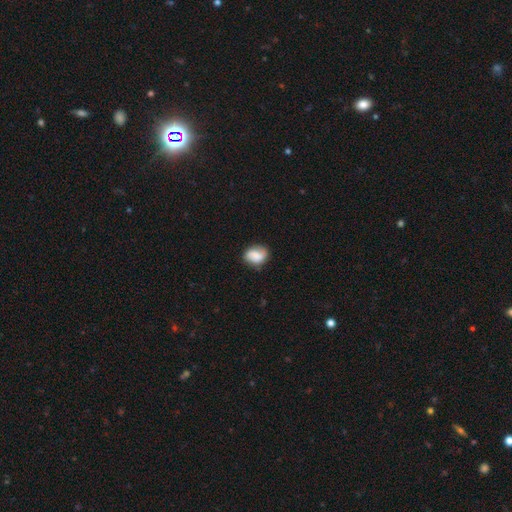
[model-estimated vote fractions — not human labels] Q: Smooth or featured?
A: smooth (64%); runner-up: featured or disk (27%)
Q: How rounded?
A: in between (57%); runner-up: round (41%)
Q: Merging?
A: none (71%); runner-up: minor disturbance (22%)